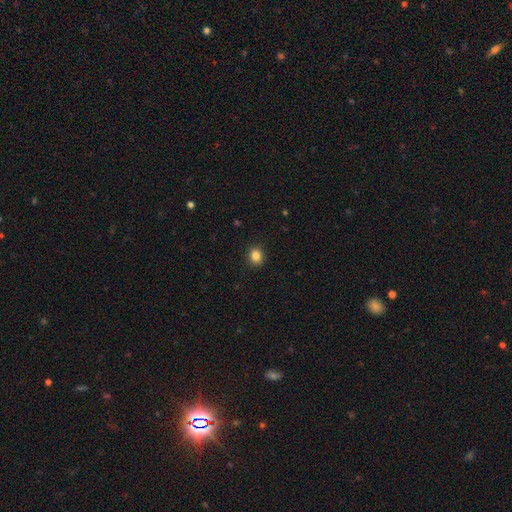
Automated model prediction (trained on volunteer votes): smooth 85%, star or artifact 11%, featured or disk 5%. Down the decision tree: how rounded — round (66%); merging — none (91%).